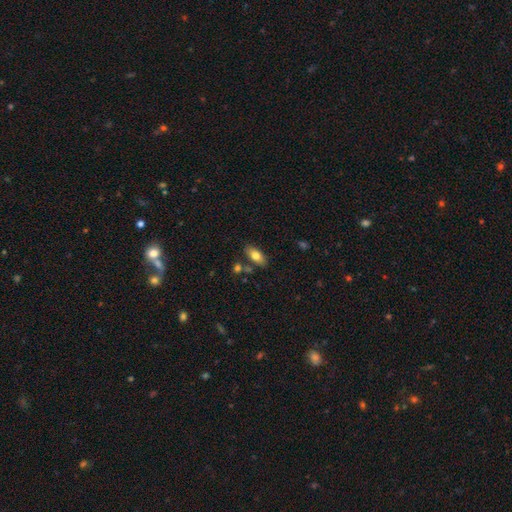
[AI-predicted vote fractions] This appears to be a smooth galaxy with no disk features (77%) that is in between round and cigar-shaped (87%). Merging: none (78%).